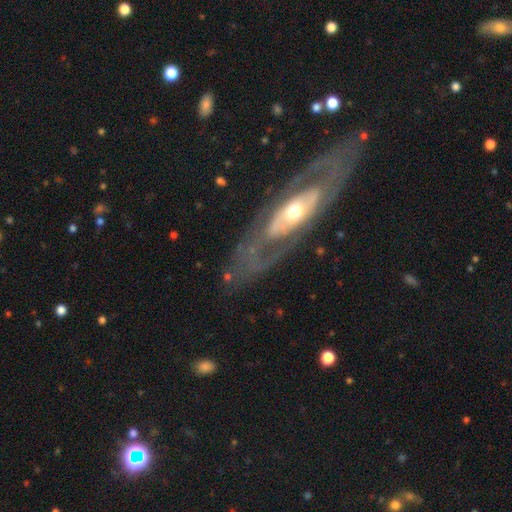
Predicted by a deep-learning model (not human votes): This appears to be a featured or disk galaxy (79%) with no bar (73%), spiral arms (51%) and a moderate central bulge (62%). Merging: none (81%).